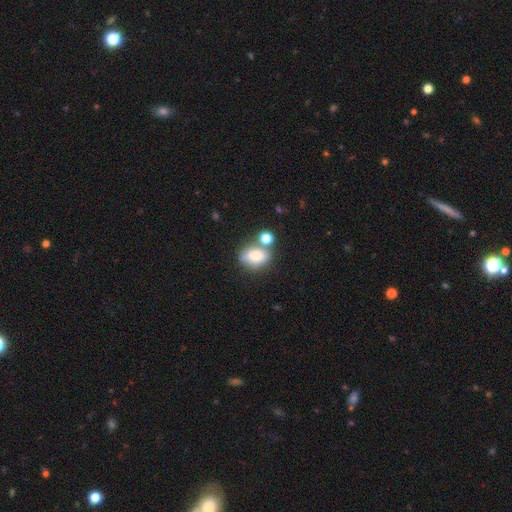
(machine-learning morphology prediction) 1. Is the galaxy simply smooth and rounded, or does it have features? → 75% smooth, 14% featured or disk, 11% star or artifact.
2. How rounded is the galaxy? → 70% in between, 28% round, 2% cigar-shaped.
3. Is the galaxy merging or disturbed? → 49% none, 28% merger, 16% minor disturbance, 7% major disturbance.